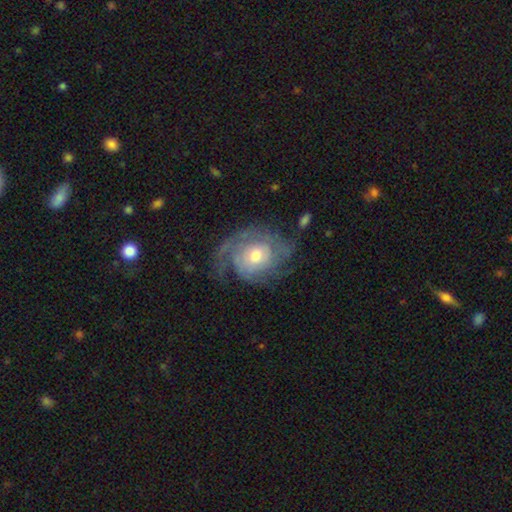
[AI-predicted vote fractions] Morphology: type=featured or disk (80%); edge-on=no (97%); bar=no (76%); spiral arms=yes (90%); winding=tight (54%); arm count=can't tell (36%); bulge=moderate (63%); merging=none (58%).